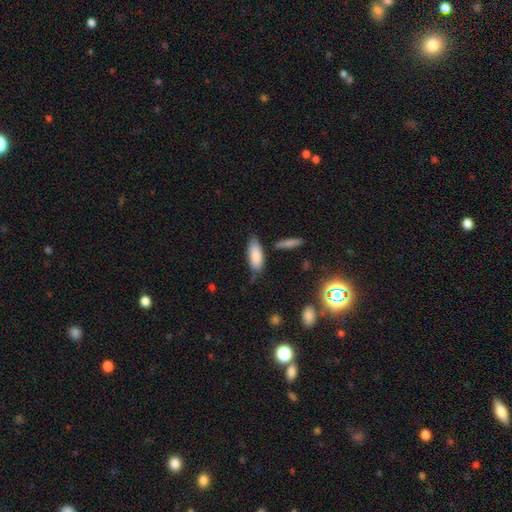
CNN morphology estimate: smooth_or_featured: smooth (p=0.85) [alt: featured or disk p=0.08]
how_rounded: in between (p=0.78) [alt: cigar-shaped p=0.20]
merging: none (p=0.67) [alt: minor disturbance p=0.22]